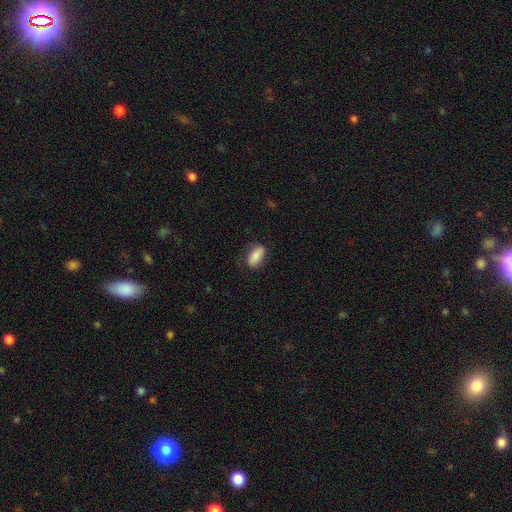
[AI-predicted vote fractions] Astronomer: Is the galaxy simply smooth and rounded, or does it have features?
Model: smooth — 82%.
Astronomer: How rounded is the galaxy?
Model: in between — 91%.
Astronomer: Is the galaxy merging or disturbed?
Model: none — 77%.